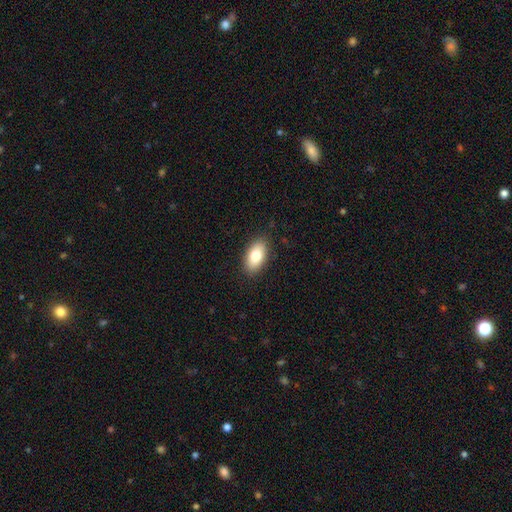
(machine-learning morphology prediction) Overall: smooth (78%). How rounded: in between (91%). Merging: none (88%).